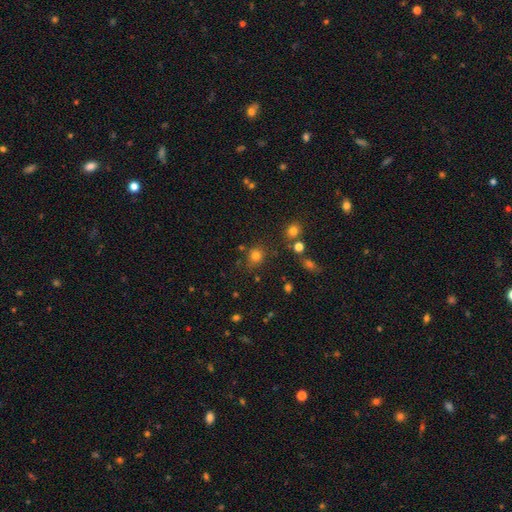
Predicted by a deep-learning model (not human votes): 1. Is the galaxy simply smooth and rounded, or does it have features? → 76% smooth, 17% star or artifact, 7% featured or disk.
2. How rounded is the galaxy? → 79% round, 20% in between, 1% cigar-shaped.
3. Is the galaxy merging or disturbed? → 74% none, 13% minor disturbance, 8% merger, 5% major disturbance.